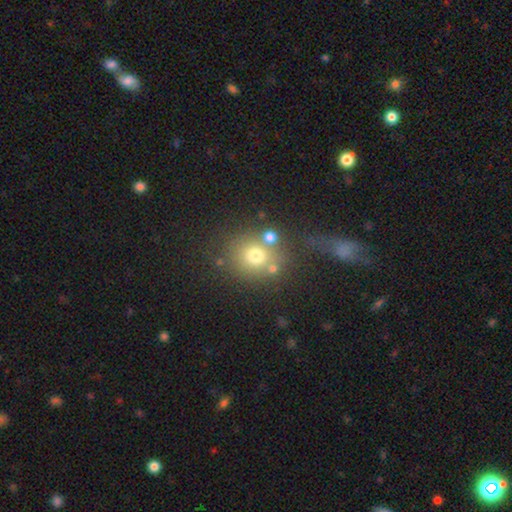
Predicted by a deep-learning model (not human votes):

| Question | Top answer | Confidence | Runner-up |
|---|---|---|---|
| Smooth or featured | smooth | 69% | star or artifact (16%) |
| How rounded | round | 79% | in between (20%) |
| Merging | none | 57% | merger (19%) |